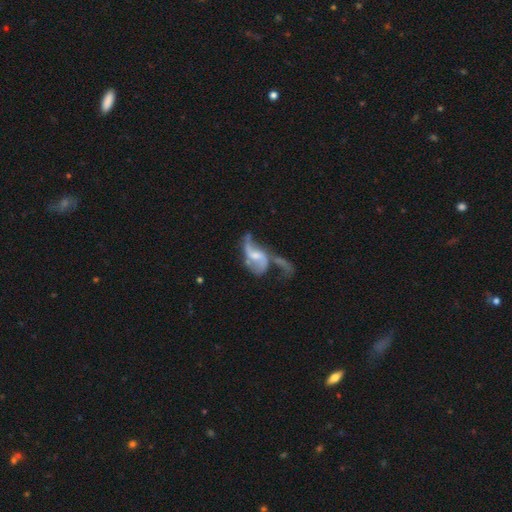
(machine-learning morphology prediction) A featured or disk galaxy (79%) with a weak bar (48%), 2 (81%) loose (76%) spiral arms (86%) and a small central bulge (37%). Merging: major disturbance (32%).